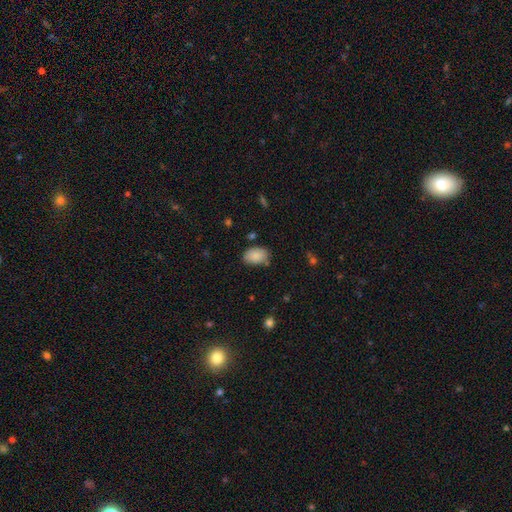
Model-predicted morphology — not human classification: Overall: smooth (86%). How rounded: in between (89%). Merging: none (76%).